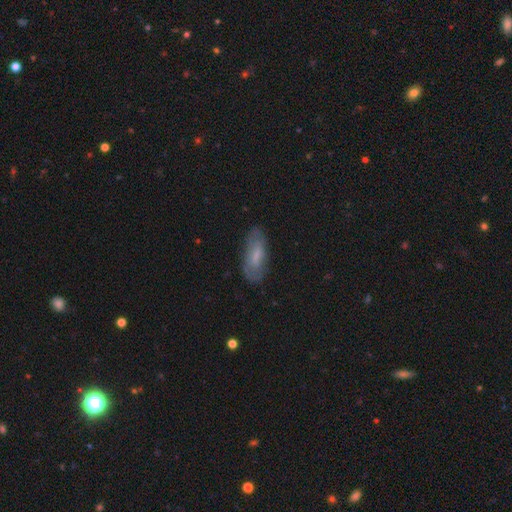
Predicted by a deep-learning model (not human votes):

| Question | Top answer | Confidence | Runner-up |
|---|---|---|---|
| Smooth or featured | smooth | 58% | featured or disk (35%) |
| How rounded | in between | 69% | cigar-shaped (28%) |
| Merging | none | 75% | minor disturbance (18%) |